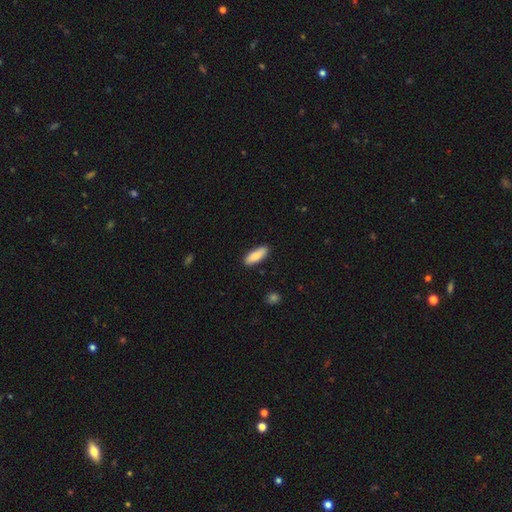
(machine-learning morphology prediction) Smooth or featured? smooth (84%)
How rounded? in between (67%)
Merging? none (88%)